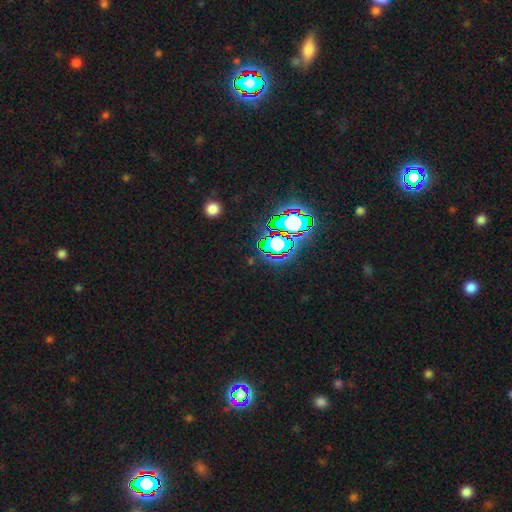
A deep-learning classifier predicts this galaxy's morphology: star or artifact 81%, smooth 11%, featured or disk 8%.